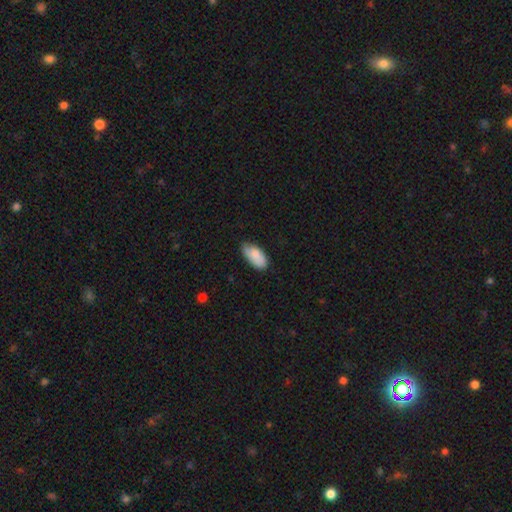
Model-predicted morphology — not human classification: A smooth galaxy with no disk features (83%) that is in between round and cigar-shaped (92%).

Vote fractions:
- Smooth or featured? smooth: 83% / featured or disk: 11% / star or artifact: 6%
- How rounded? in between: 92% / cigar-shaped: 6% / round: 2%
- Merging? none: 64% / minor disturbance: 30% / major disturbance: 5% / merger: 2%